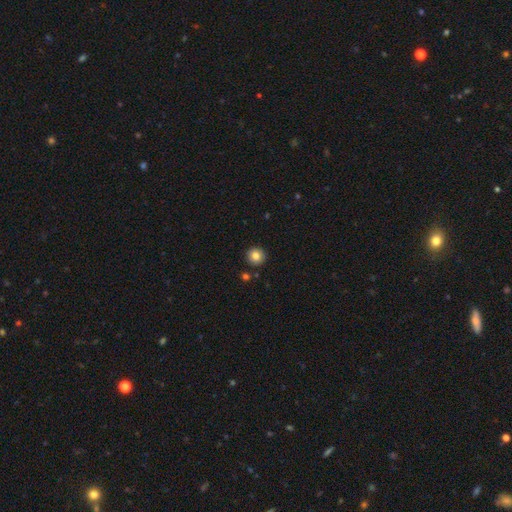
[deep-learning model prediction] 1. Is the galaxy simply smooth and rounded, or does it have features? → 84% smooth, 9% star or artifact, 7% featured or disk.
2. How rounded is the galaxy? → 94% round, 5% in between, 1% cigar-shaped.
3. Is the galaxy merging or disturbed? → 90% none, 6% minor disturbance, 3% merger, 2% major disturbance.